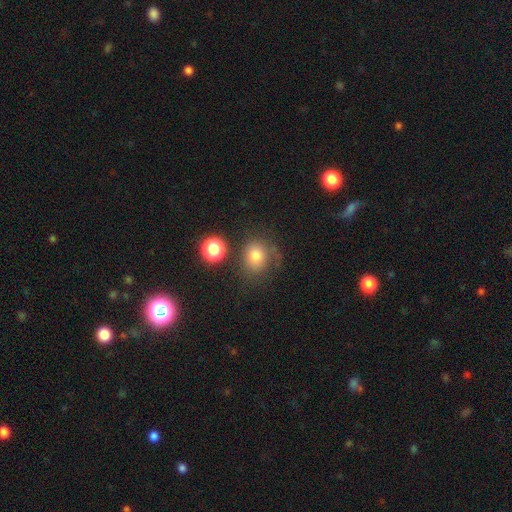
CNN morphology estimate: type=smooth (78%); roundness=round (70%); merging=none (61%).